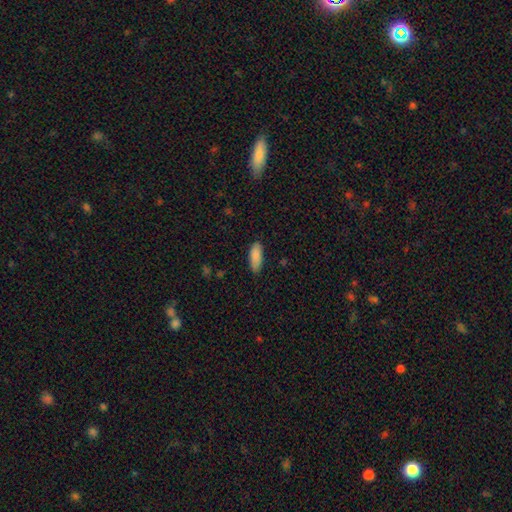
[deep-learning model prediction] A smooth galaxy with no disk features (88%) that is in between round and cigar-shaped (74%). Merging: none (82%).